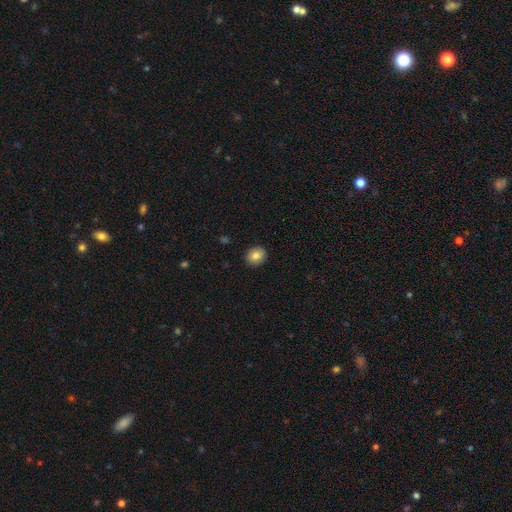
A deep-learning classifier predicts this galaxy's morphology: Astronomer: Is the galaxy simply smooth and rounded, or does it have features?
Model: smooth — 82%.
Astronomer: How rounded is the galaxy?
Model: round — 77%.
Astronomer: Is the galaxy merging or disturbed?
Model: none — 91%.